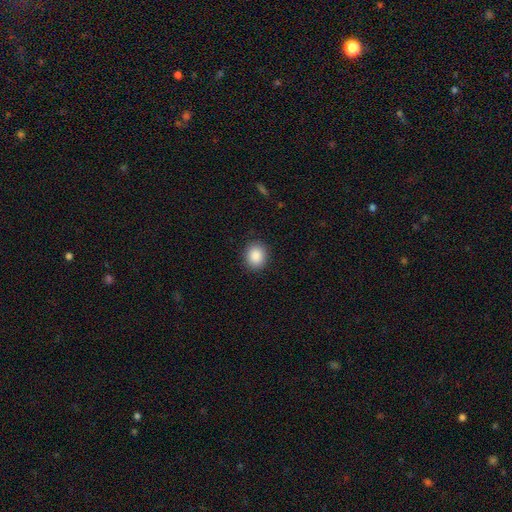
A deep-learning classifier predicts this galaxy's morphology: Smooth or featured? smooth (89%)
How rounded? round (68%)
Merging? none (89%)